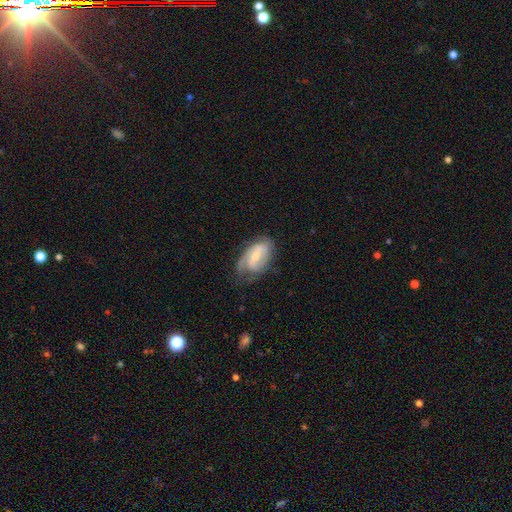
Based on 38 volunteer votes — Smooth or featured? 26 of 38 (68%) said featured or disk. Edge-on disk? 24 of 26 (92%) said no. Bar? 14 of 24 (58%) said weak. Spiral arms? 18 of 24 (75%) said yes. Spiral winding? 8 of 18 (44%) said tight. Spiral arm count? 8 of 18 (44%) said 2. Bulge size? 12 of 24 (50%) said small. Merging? 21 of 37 (57%) said none.